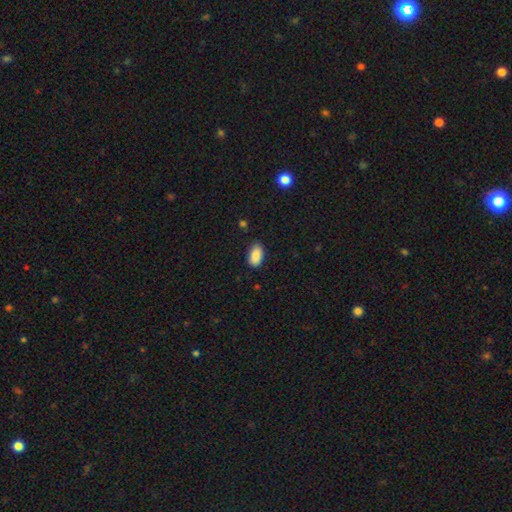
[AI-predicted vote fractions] This appears to be a smooth galaxy with no disk features (87%) that is in between round and cigar-shaped (93%). Merging: none (81%).